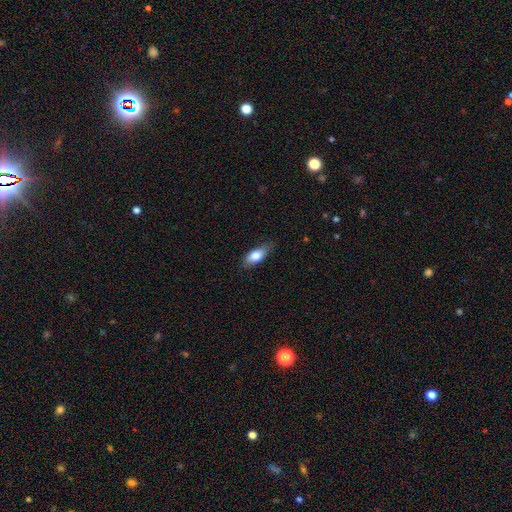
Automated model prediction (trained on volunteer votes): smooth-or-featured: smooth: 77% | featured or disk: 16% | star or artifact: 7%
  how-rounded: in between: 80% | cigar-shaped: 16% | round: 4%
  merging: none: 76% | minor disturbance: 19% | major disturbance: 4% | merger: 1%